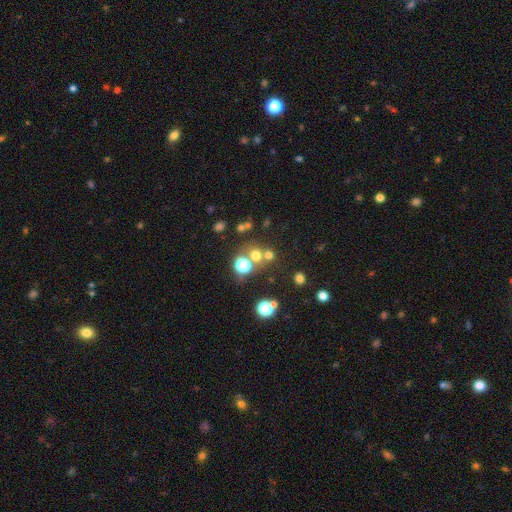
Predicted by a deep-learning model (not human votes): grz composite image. It shows a smooth galaxy with no disk features (58%) that is round (88%). Merging: none (60%).